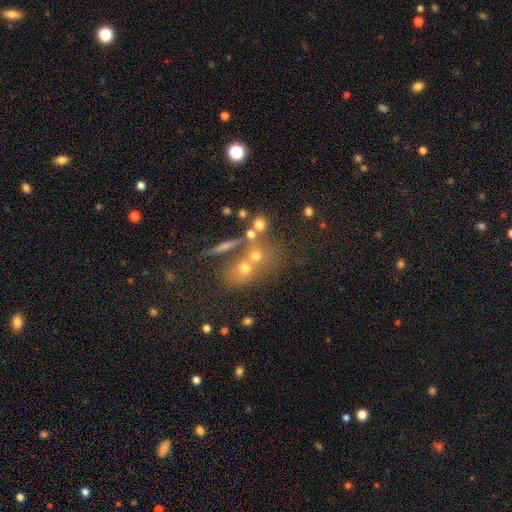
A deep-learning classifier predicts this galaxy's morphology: A smooth galaxy with no disk features (57%) that is round (67%).

Vote fractions:
- Smooth or featured? smooth: 57% / featured or disk: 24% / star or artifact: 19%
- How rounded? round: 67% / in between: 27% / cigar-shaped: 6%
- Merging? merger: 45% / none: 39% / minor disturbance: 9% / major disturbance: 7%